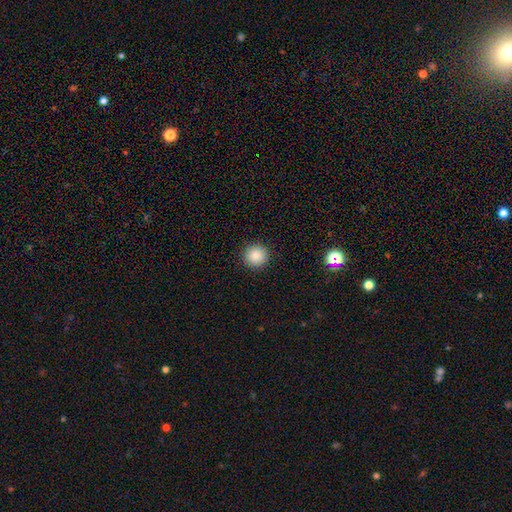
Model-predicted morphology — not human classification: This is clearly a smooth galaxy (87%). How rounded: clearly round (94%). Merging: clearly none (92%).